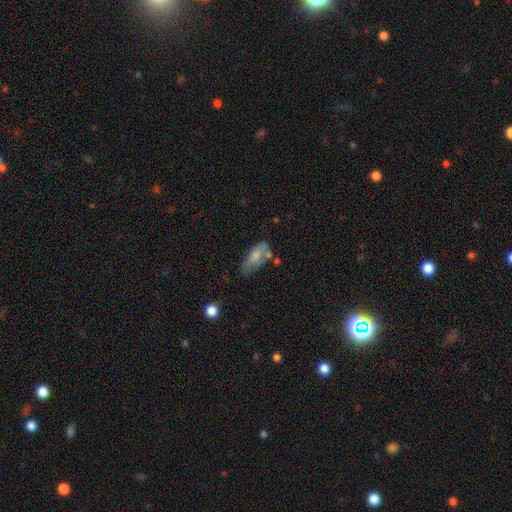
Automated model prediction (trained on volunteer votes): A smooth galaxy with no disk features (71%) that is in between round and cigar-shaped (84%).

Vote fractions:
- Smooth or featured? smooth: 71% / featured or disk: 22% / star or artifact: 7%
- How rounded? in between: 84% / cigar-shaped: 13% / round: 3%
- Merging? none: 43% / minor disturbance: 31% / merger: 14% / major disturbance: 12%